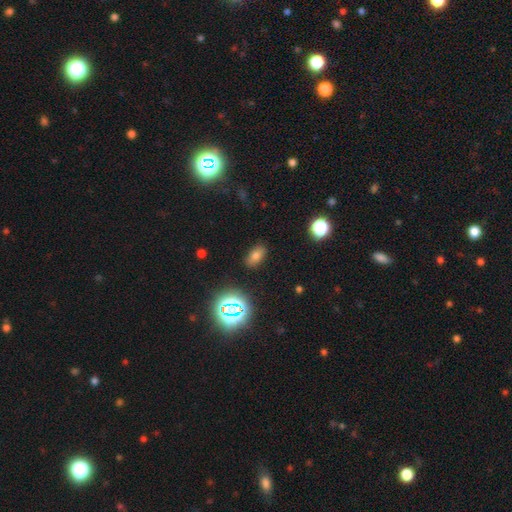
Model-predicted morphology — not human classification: This appears to be a smooth galaxy with no disk features (71%) that is in between round and cigar-shaped (88%). Merging: none (87%).